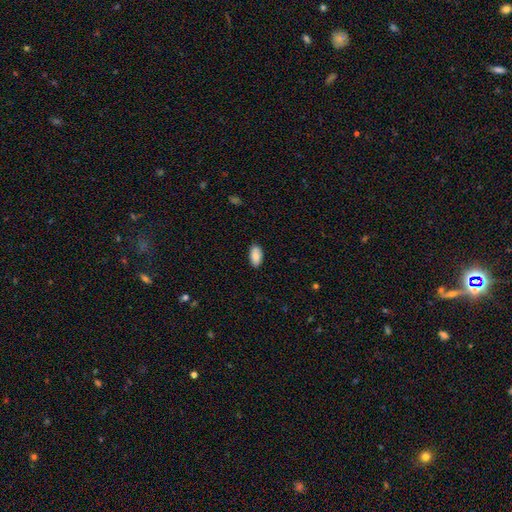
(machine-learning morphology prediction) smooth_or_featured: smooth (p=0.86) [alt: featured or disk p=0.08]
how_rounded: in between (p=0.95) [alt: cigar-shaped p=0.03]
merging: none (p=0.85) [alt: minor disturbance p=0.11]